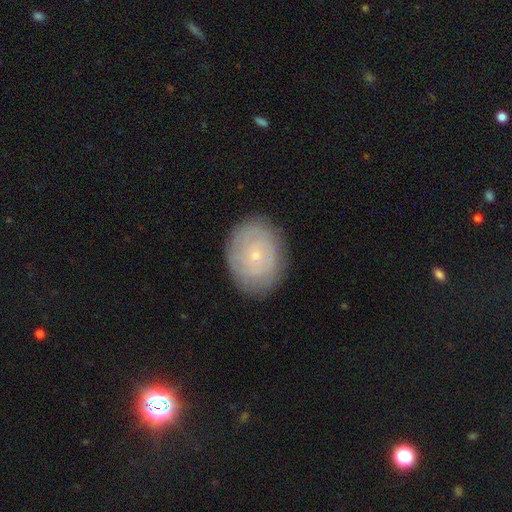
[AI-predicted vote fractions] Morphology: type=featured or disk (56%); edge-on=no (96%); bar=no (82%); spiral arms=yes (74%); bulge=small (83%); merging=none (84%).